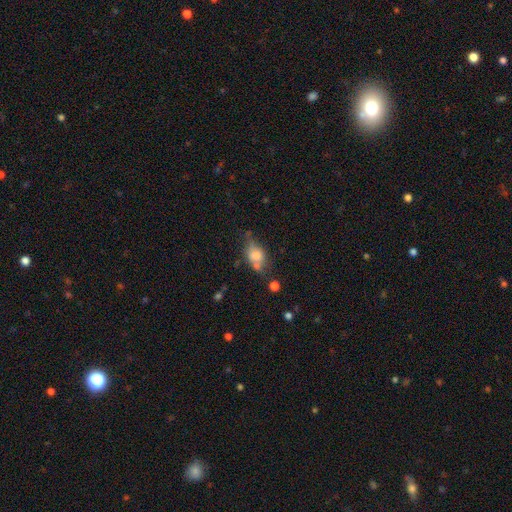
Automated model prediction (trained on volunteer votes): Q: Smooth or featured?
A: smooth (68%); runner-up: featured or disk (22%)
Q: How rounded?
A: in between (63%); runner-up: round (33%)
Q: Merging?
A: none (42%); runner-up: minor disturbance (26%)